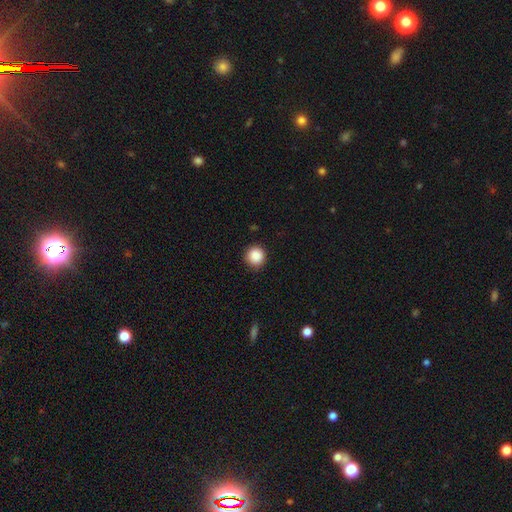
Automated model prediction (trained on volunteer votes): This appears to be a smooth galaxy with no disk features (88%) that is round (94%). Merging: none (88%).